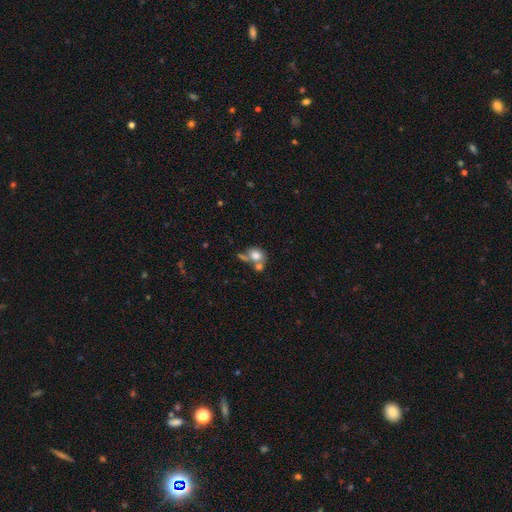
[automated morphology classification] A smooth galaxy with no disk features (73%) that is round (59%). Merging: merger (45%).